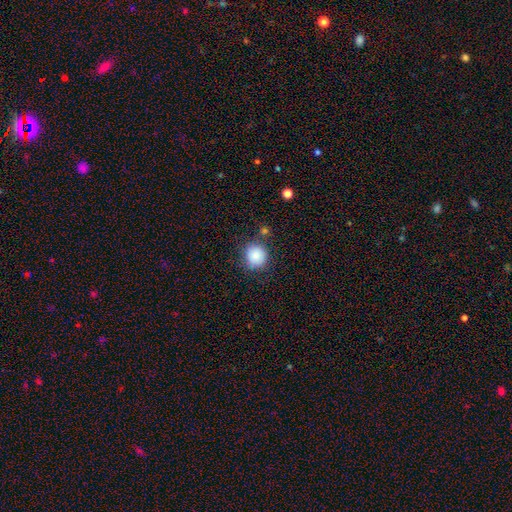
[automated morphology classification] Smooth or featured?
  - smooth: 84% *
  - star or artifact: 10%
  - featured or disk: 7%
How rounded?
  - round: 90% *
  - in between: 9%
  - cigar-shaped: 1%
Merging?
  - none: 77% *
  - minor disturbance: 14%
  - merger: 5%
  - major disturbance: 4%